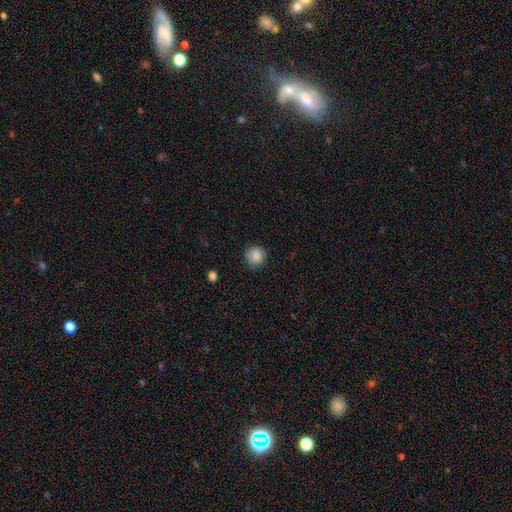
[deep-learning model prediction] Smooth or featured?
  - smooth: 87% *
  - star or artifact: 9%
  - featured or disk: 4%
How rounded?
  - round: 91% *
  - in between: 8%
  - cigar-shaped: 1%
Merging?
  - none: 85% *
  - minor disturbance: 12%
  - major disturbance: 3%
  - merger: 1%